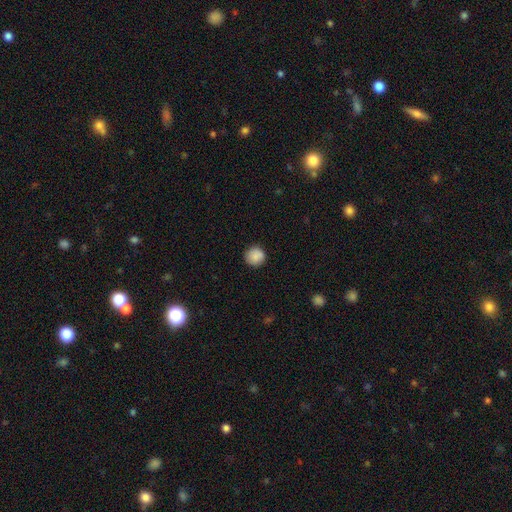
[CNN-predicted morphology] smooth-or-featured: smooth: 86% | star or artifact: 8% | featured or disk: 6%
  how-rounded: round: 94% | in between: 5% | cigar-shaped: 1%
  merging: none: 88% | minor disturbance: 9% | major disturbance: 2% | merger: 1%